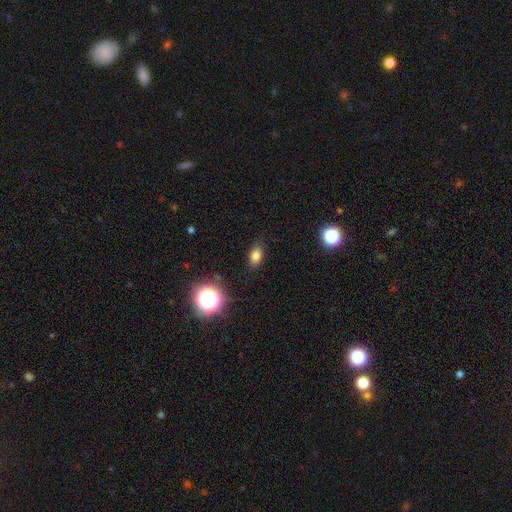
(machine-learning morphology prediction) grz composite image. It shows a smooth galaxy with no disk features (77%) that is in between round and cigar-shaped (82%). Merging: none (83%).